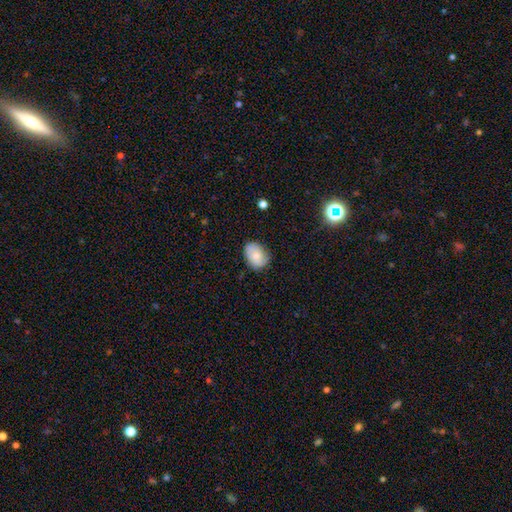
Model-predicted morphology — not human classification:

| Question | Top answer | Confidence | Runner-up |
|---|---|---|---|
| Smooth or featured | smooth | 71% | featured or disk (22%) |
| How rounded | in between | 73% | round (26%) |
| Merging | none | 74% | minor disturbance (20%) |